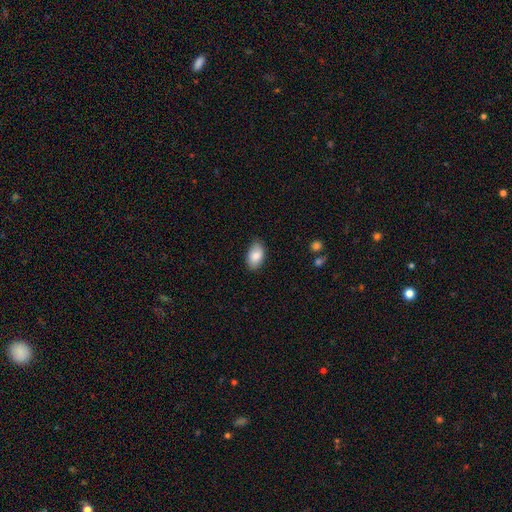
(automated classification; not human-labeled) Morphology: type=smooth (84%); roundness=in between (93%); merging=none (81%).